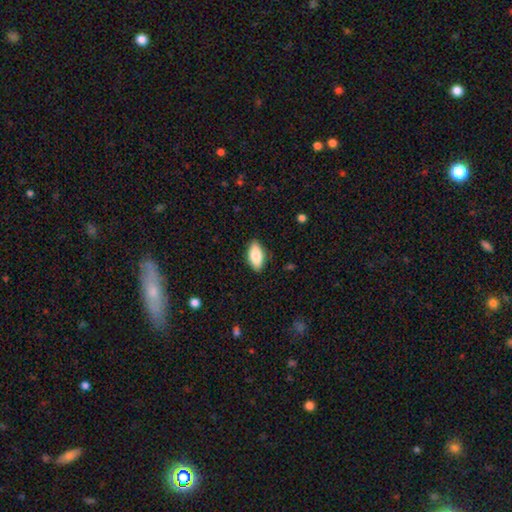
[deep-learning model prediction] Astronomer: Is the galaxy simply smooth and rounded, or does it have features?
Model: smooth — 80%.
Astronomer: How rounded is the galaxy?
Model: in between — 88%.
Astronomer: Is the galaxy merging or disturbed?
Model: none — 87%.